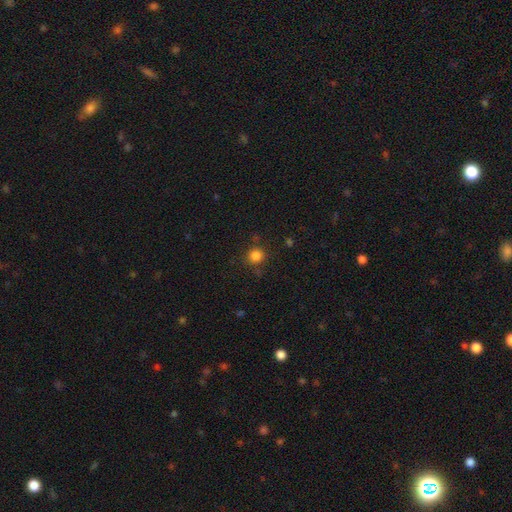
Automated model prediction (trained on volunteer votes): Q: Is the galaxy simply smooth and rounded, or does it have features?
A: smooth — 82%.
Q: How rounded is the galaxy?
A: round — 91%.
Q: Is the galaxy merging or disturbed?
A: none — 83%.